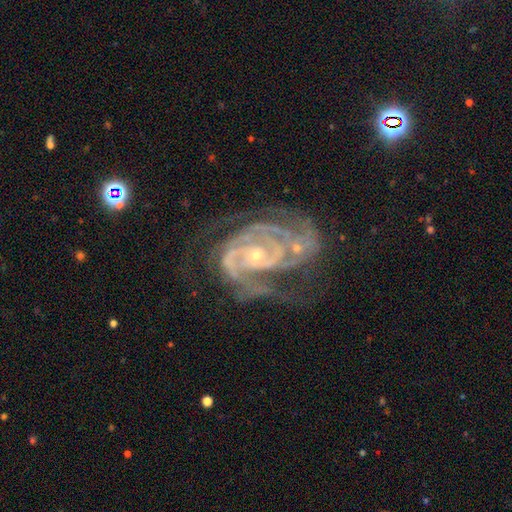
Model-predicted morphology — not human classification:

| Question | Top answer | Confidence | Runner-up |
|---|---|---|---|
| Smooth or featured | featured or disk | 91% | star or artifact (6%) |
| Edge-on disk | no | 98% | yes (2%) |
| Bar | no | 65% | weak (25%) |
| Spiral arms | yes | 98% | no (2%) |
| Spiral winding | tight | 60% | medium (34%) |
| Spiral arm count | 2 | 39% | 3 (26%) |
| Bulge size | small | 78% | moderate (19%) |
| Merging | none | 48% | major disturbance (24%) |